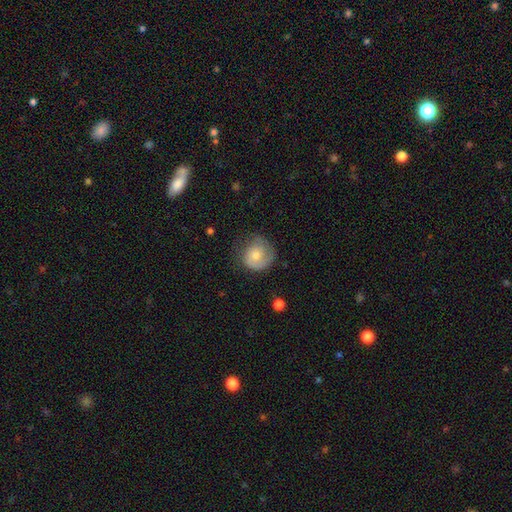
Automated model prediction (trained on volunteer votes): A smooth galaxy with no disk features (54%) that is round (83%).

Vote fractions:
- Smooth or featured? smooth: 54% / featured or disk: 39% / star or artifact: 7%
- How rounded? round: 83% / in between: 16% / cigar-shaped: 1%
- Merging? none: 57% / minor disturbance: 26% / major disturbance: 15% / merger: 2%